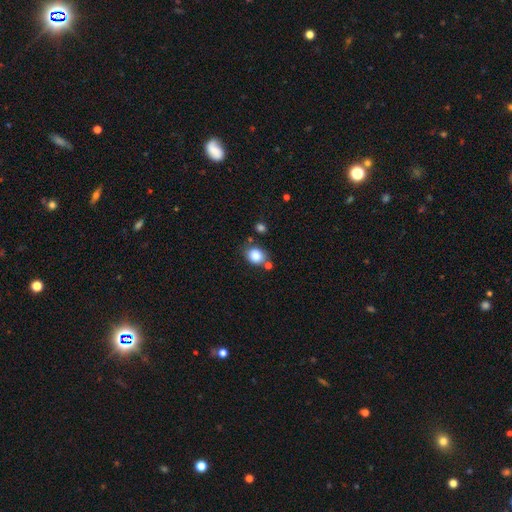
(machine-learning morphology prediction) smooth-or-featured: smooth: 84% | star or artifact: 9% | featured or disk: 6%
  how-rounded: round: 55% | in between: 44% | cigar-shaped: 1%
  merging: none: 66% | minor disturbance: 16% | merger: 13% | major disturbance: 5%